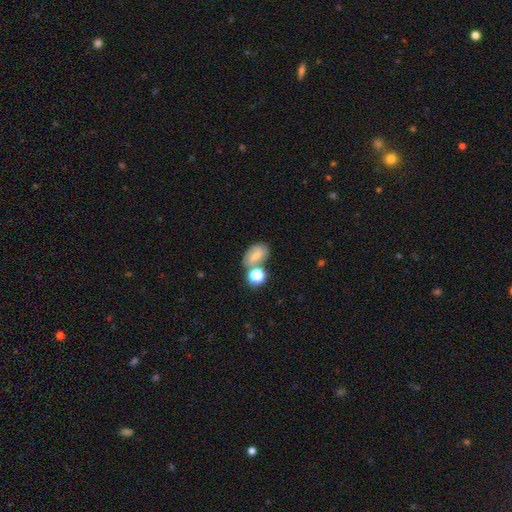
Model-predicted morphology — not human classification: The model was most divided on "merging": none: 49%, merger: 27%, minor disturbance: 17%, major disturbance: 8%. More confident: how rounded — in between (76%); smooth or featured — smooth (60%).